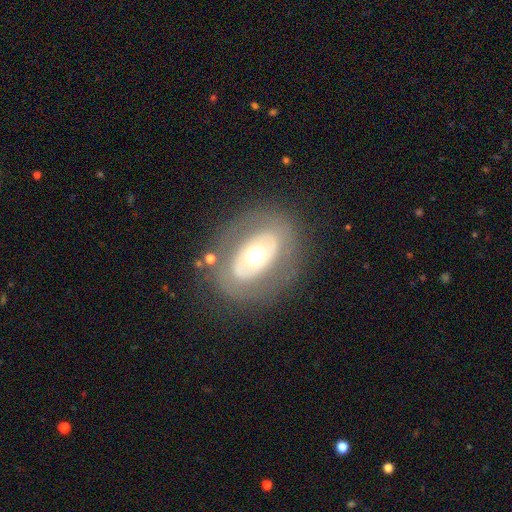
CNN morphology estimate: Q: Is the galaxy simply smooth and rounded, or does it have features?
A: featured or disk — 58%.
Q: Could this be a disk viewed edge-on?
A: no — 92%.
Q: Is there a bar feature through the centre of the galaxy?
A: no — 82%.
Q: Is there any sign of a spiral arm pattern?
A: no — 87%.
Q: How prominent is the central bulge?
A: moderate — 62%.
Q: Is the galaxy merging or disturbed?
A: none — 78%.